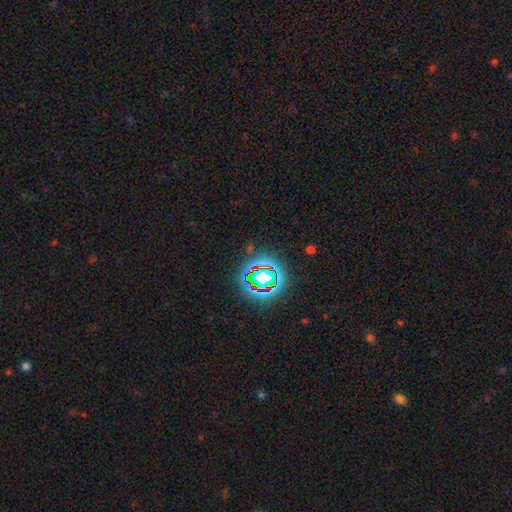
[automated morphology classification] Smooth or featured: star or artifact — 76% (smooth — 15%)